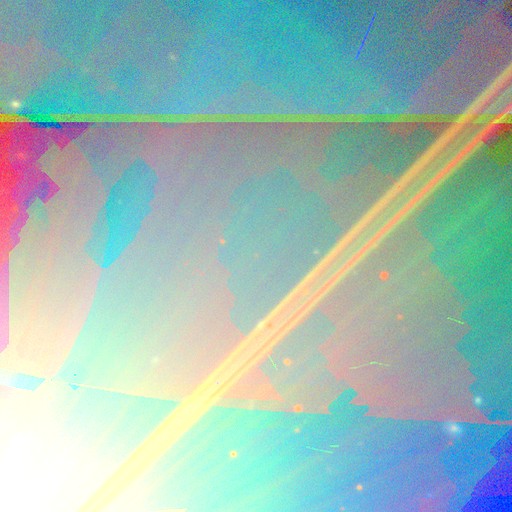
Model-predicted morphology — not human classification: Smooth or featured? star or artifact (89%)